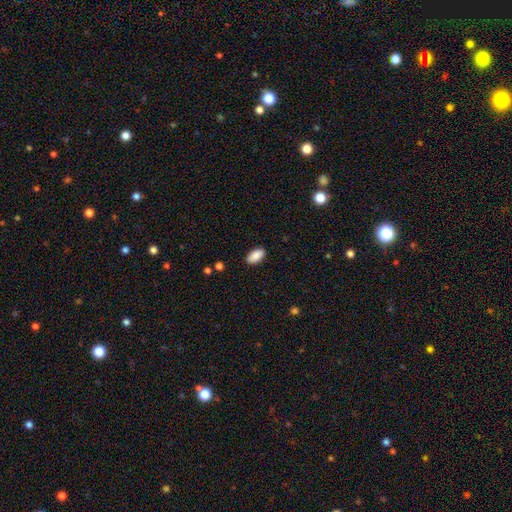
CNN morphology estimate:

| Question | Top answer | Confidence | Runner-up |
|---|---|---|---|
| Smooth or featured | smooth | 88% | star or artifact (7%) |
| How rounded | in between | 94% | cigar-shaped (3%) |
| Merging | none | 89% | minor disturbance (8%) |